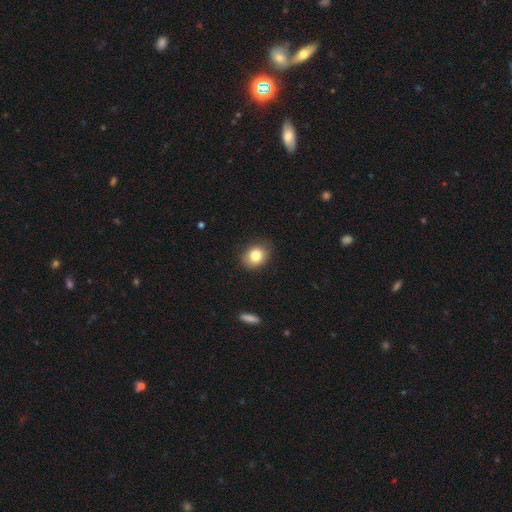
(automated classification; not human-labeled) A smooth galaxy with no disk features (81%) that is round (57%).

Vote fractions:
- Smooth or featured? smooth: 81% / star or artifact: 10% / featured or disk: 9%
- How rounded? round: 57% / in between: 42% / cigar-shaped: 1%
- Merging? none: 86% / minor disturbance: 11% / major disturbance: 2% / merger: 1%